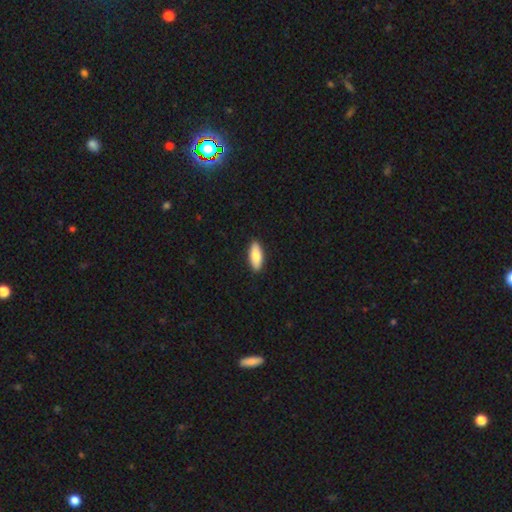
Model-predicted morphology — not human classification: Q: Smooth or featured?
A: smooth (80%); runner-up: featured or disk (15%)
Q: How rounded?
A: in between (75%); runner-up: cigar-shaped (23%)
Q: Merging?
A: none (91%); runner-up: minor disturbance (7%)